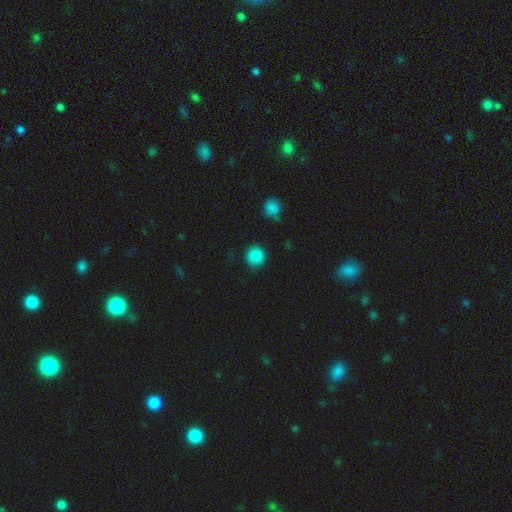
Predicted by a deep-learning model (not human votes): A smooth galaxy with no disk features (87%) that is round (91%).

Vote fractions:
- Smooth or featured? smooth: 87% / star or artifact: 10% / featured or disk: 3%
- How rounded? round: 91% / in between: 8% / cigar-shaped: 1%
- Merging? none: 88% / minor disturbance: 8% / major disturbance: 2% / merger: 2%